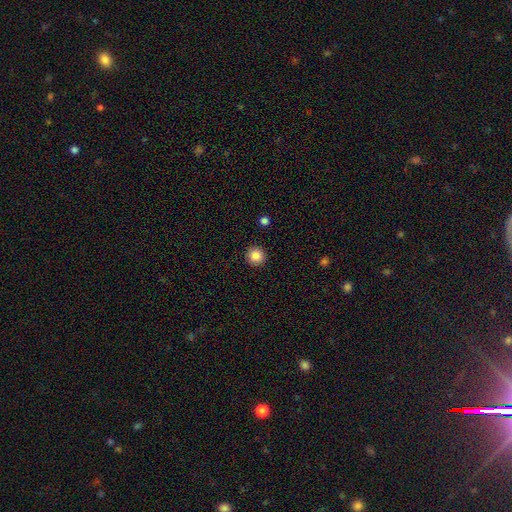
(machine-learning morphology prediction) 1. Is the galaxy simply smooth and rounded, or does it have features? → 85% smooth, 10% star or artifact, 5% featured or disk.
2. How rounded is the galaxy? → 95% round, 4% in between, 1% cigar-shaped.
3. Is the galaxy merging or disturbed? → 92% none, 5% minor disturbance, 2% major disturbance, 1% merger.